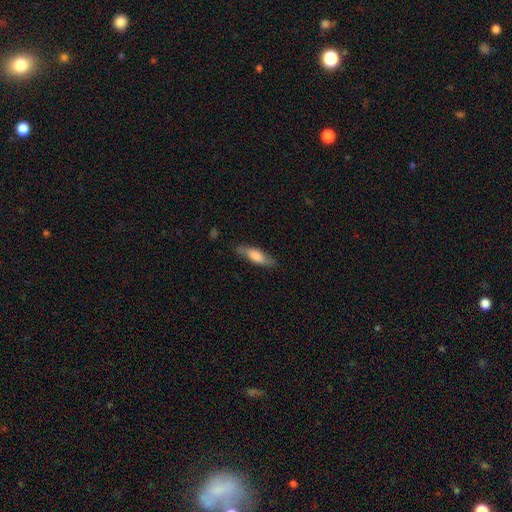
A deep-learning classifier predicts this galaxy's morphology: smooth 63%, featured or disk 30%, star or artifact 6%. Down the decision tree: how rounded — cigar-shaped (53%); merging — none (79%).